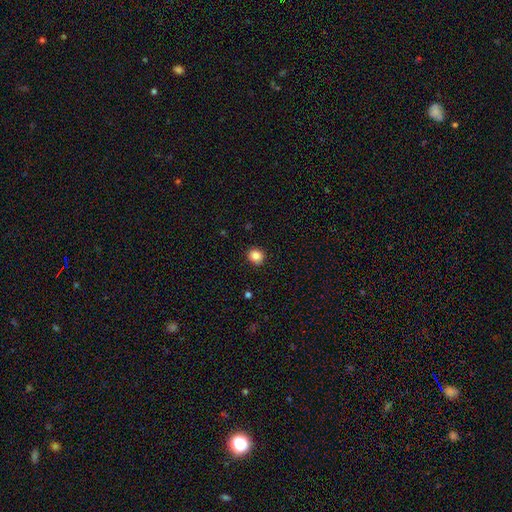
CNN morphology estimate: Smooth or featured? Predicted: smooth (p=0.85). How rounded? Predicted: round (p=0.86). Merging? Predicted: none (p=0.91).